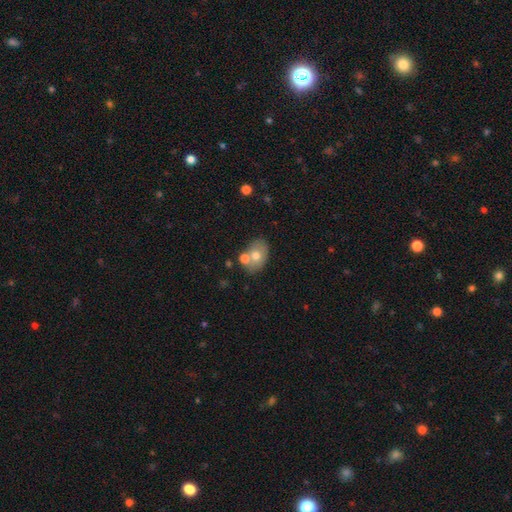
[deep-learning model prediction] smooth_or_featured: smooth (p=0.67) [alt: featured or disk p=0.25]
how_rounded: in between (p=0.77) [alt: round p=0.22]
merging: none (p=0.59) [alt: merger p=0.24]